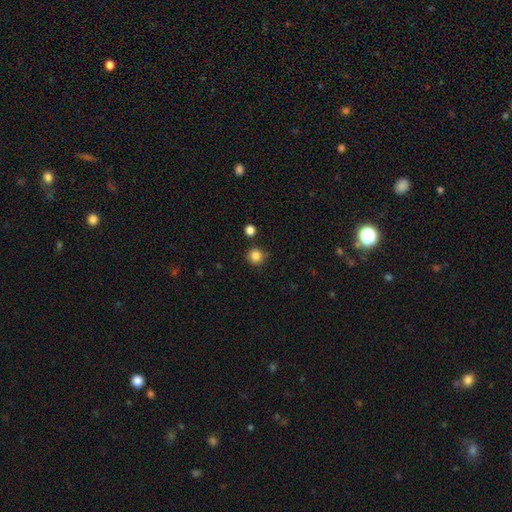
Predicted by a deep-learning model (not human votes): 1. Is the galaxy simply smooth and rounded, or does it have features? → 85% smooth, 11% star or artifact, 4% featured or disk.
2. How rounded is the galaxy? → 93% round, 7% in between, 1% cigar-shaped.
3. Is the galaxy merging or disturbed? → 84% none, 9% minor disturbance, 4% merger, 2% major disturbance.